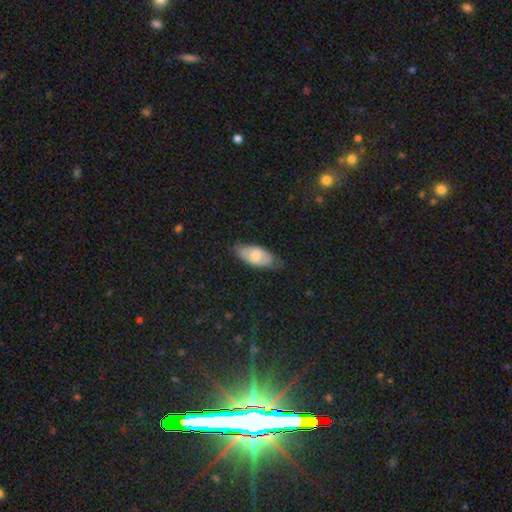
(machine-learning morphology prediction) This is possibly a smooth galaxy (59%). How rounded: clearly in between (90%). Merging: likely none (68%).